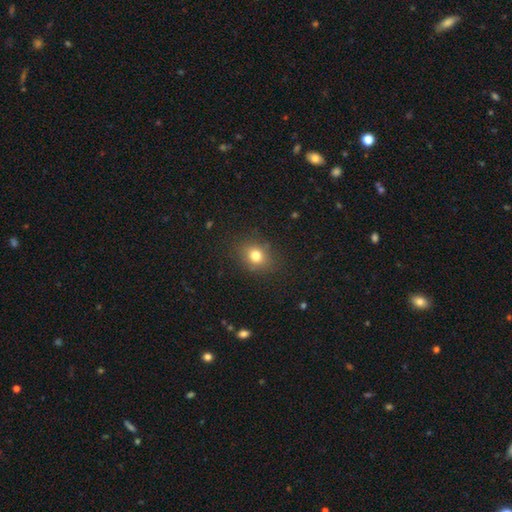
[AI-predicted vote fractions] This appears to be a smooth galaxy with no disk features (77%) that is round (57%). Merging: none (85%).